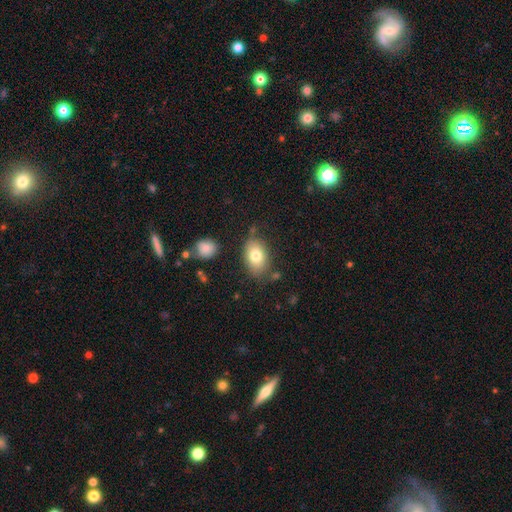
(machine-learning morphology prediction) Smooth or featured: smooth — 78% (featured or disk — 14%)
How rounded: in between — 85% (round — 14%)
Merging: none — 75% (minor disturbance — 16%)